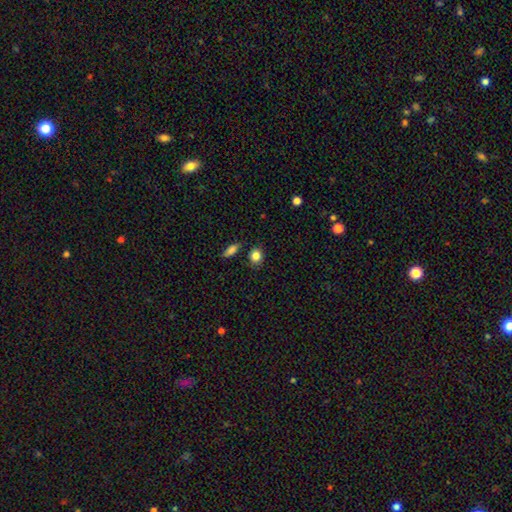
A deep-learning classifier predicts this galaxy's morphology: smooth 84%, star or artifact 10%, featured or disk 6%. Down the decision tree: how rounded — round (68%); merging — none (80%).